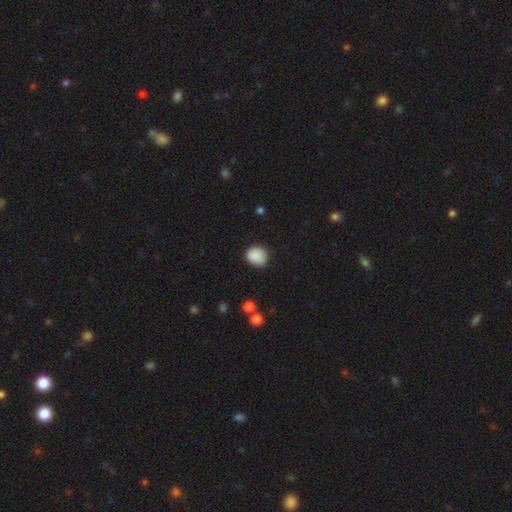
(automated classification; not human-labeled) Overall: smooth (88%). How rounded: round (66%; in between 33%). Merging: none (81%).